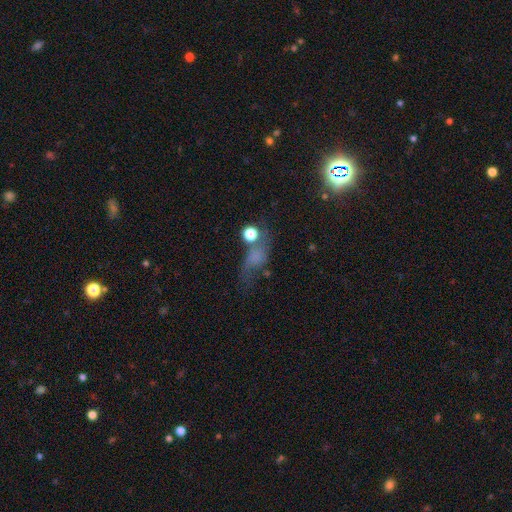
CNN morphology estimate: A smooth galaxy with no disk features (49%). Merging: none (41%).